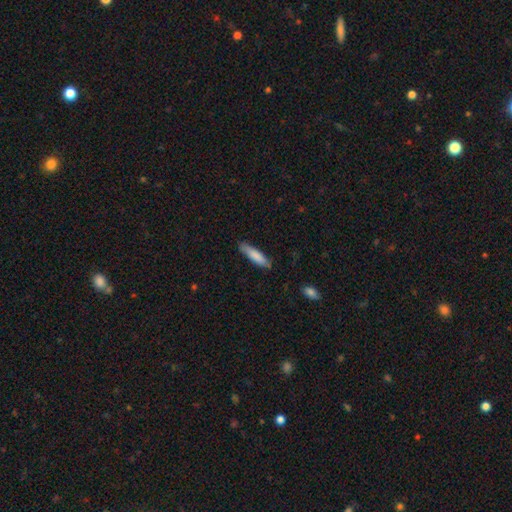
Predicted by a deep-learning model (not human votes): A smooth galaxy with no disk features (82%) that is cigar-shaped (76%). Merging: none (81%).